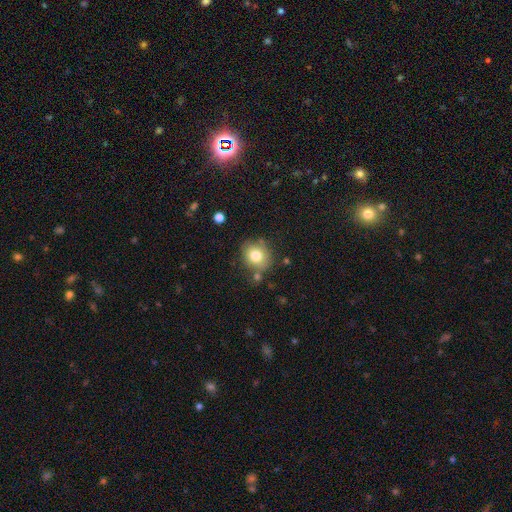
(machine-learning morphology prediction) Smooth or featured? smooth (78%)
How rounded? round (74%)
Merging? none (75%)